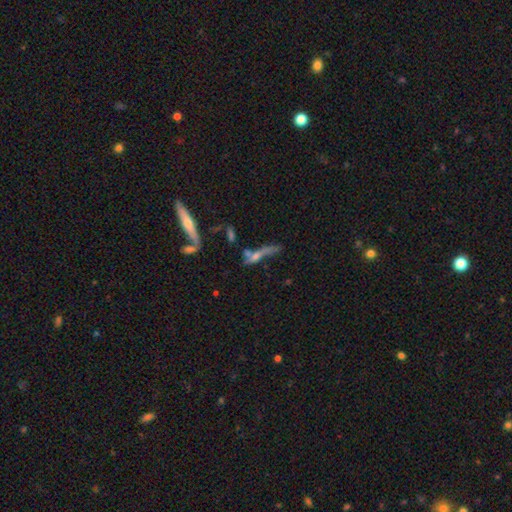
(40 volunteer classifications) Morphology: type=featured or disk (57%); edge-on=yes (61%); edge-on bulge=rounded (86%); merging=major disturbance (41%).